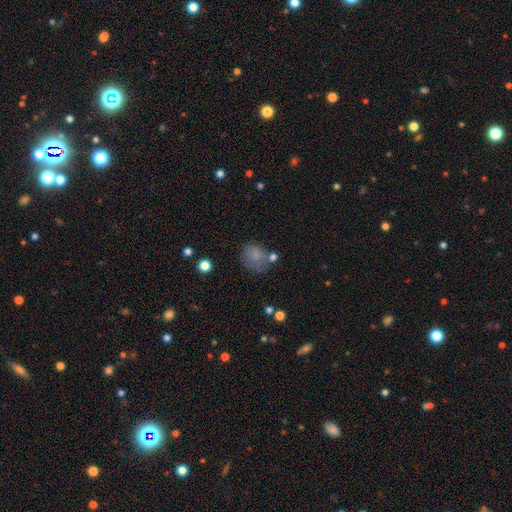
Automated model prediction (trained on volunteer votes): A smooth galaxy with no disk features (77%) that is round (70%). Merging: none (57%).